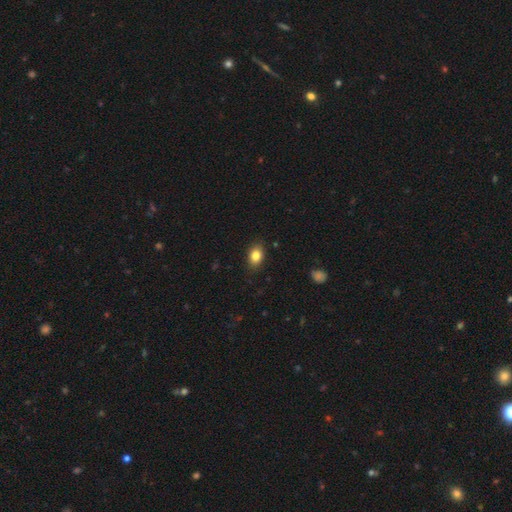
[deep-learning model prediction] Smooth or featured? Predicted: smooth (p=0.83). How rounded? Predicted: in between (p=0.78). Merging? Predicted: none (p=0.86).